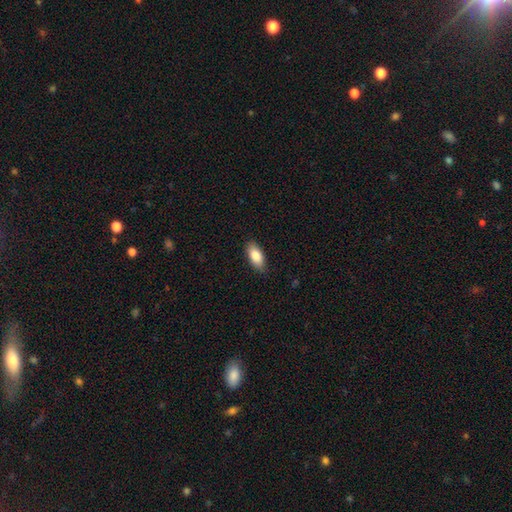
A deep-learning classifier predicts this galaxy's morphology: A smooth galaxy with no disk features (85%) that is in between round and cigar-shaped (87%). Merging: none (85%).